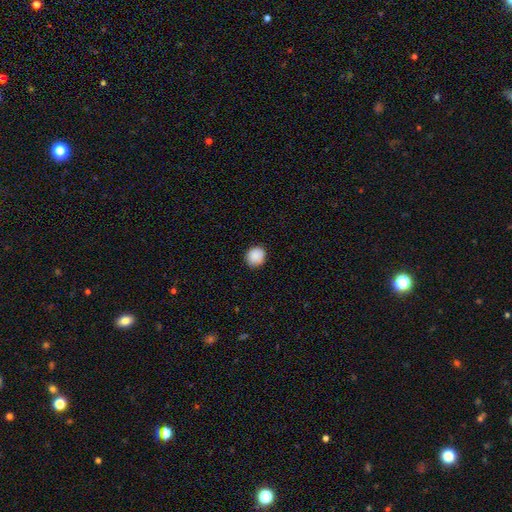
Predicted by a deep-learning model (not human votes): Morphology: type=smooth (89%); roundness=round (84%); merging=none (88%).